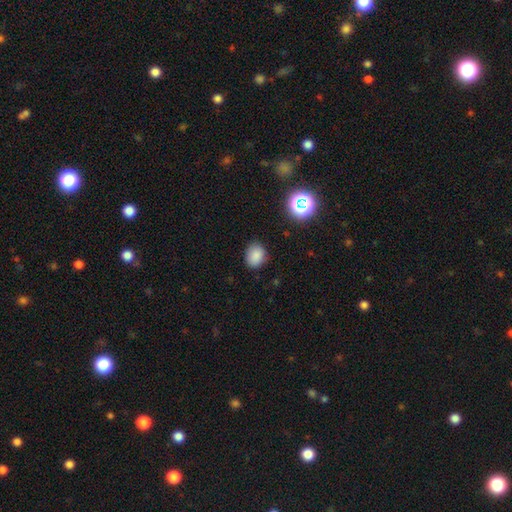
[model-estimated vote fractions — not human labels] Smooth or featured?
  - smooth: 83% *
  - star or artifact: 12%
  - featured or disk: 4%
How rounded?
  - round: 51% *
  - in between: 48%
  - cigar-shaped: 1%
Merging?
  - none: 82% *
  - minor disturbance: 13%
  - major disturbance: 3%
  - merger: 1%